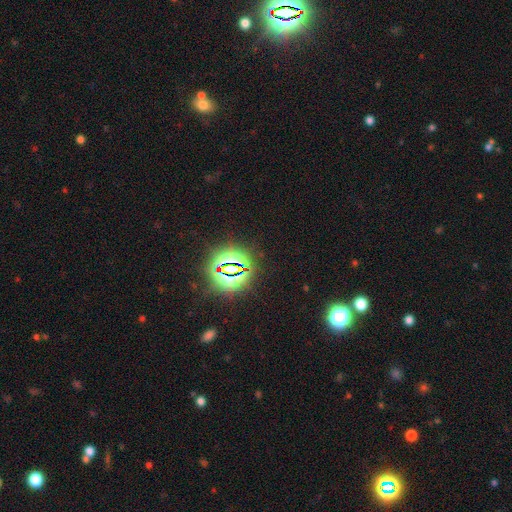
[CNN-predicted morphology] Smooth or featured? star or artifact (81%)